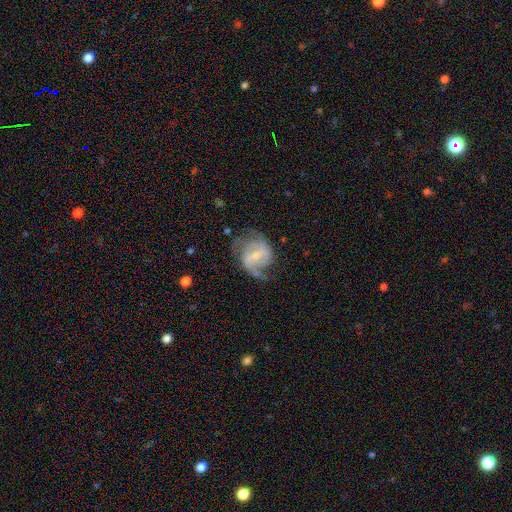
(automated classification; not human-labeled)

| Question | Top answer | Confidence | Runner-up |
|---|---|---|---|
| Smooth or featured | featured or disk | 83% | smooth (12%) |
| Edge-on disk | no | 98% | yes (2%) |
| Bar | weak | 52% | strong (27%) |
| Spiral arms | yes | 93% | no (7%) |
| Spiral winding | medium | 49% | loose (31%) |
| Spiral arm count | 2 | 73% | can't tell (10%) |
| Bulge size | small | 59% | moderate (35%) |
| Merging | none | 60% | minor disturbance (21%) |